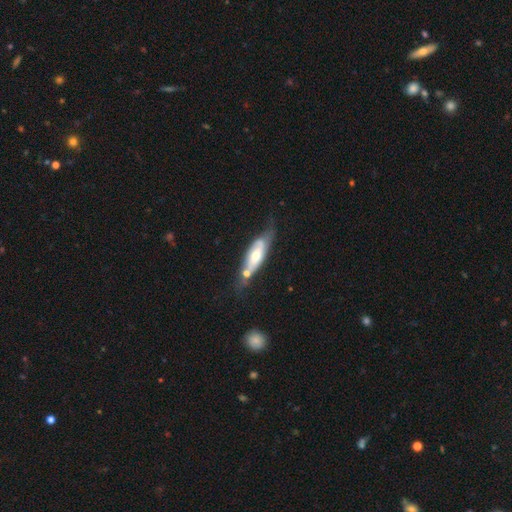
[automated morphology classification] A featured or disk galaxy (56%). Merging: none (48%).